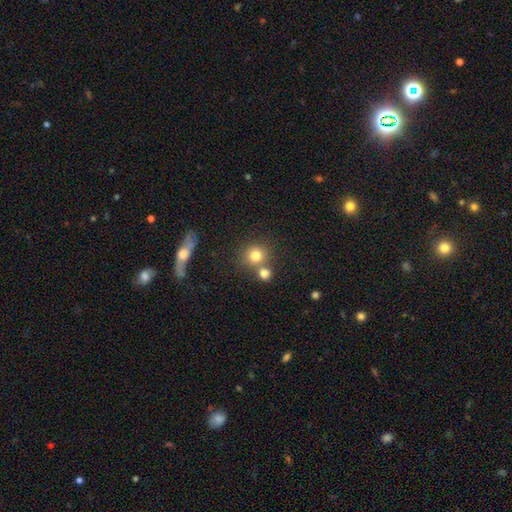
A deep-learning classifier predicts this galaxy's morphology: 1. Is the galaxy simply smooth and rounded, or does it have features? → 79% smooth, 12% star or artifact, 10% featured or disk.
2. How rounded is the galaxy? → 88% round, 11% in between, 1% cigar-shaped.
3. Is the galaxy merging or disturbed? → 60% none, 28% merger, 8% minor disturbance, 4% major disturbance.